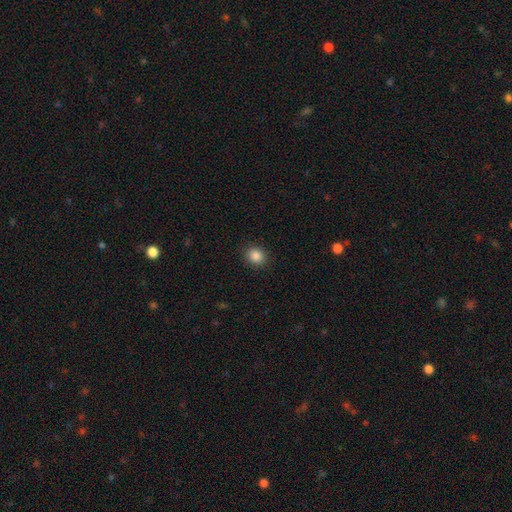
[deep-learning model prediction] A smooth galaxy with no disk features (86%) that is round (74%).

Vote fractions:
- Smooth or featured? smooth: 86% / star or artifact: 10% / featured or disk: 4%
- How rounded? round: 74% / in between: 25% / cigar-shaped: 1%
- Merging? none: 90% / minor disturbance: 7% / major disturbance: 2% / merger: 1%